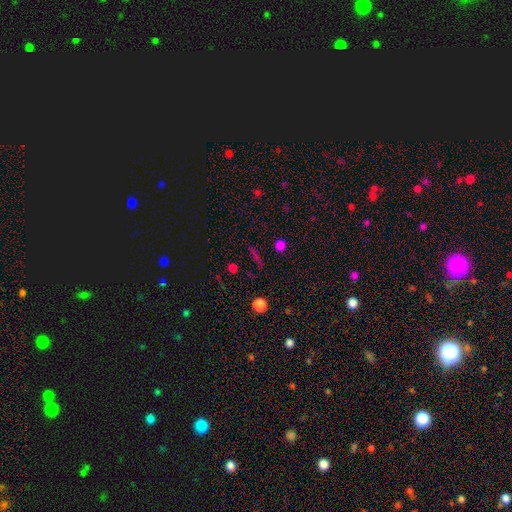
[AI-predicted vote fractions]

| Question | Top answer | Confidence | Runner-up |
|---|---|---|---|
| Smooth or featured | smooth | 44% | star or artifact (42%) |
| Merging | none | 88% | minor disturbance (7%) |